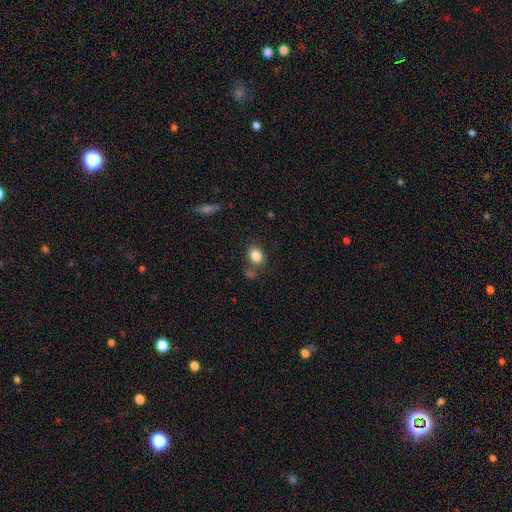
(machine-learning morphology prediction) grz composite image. It shows a smooth galaxy with no disk features (85%) that is in between round and cigar-shaped (61%). Merging: none (70%).